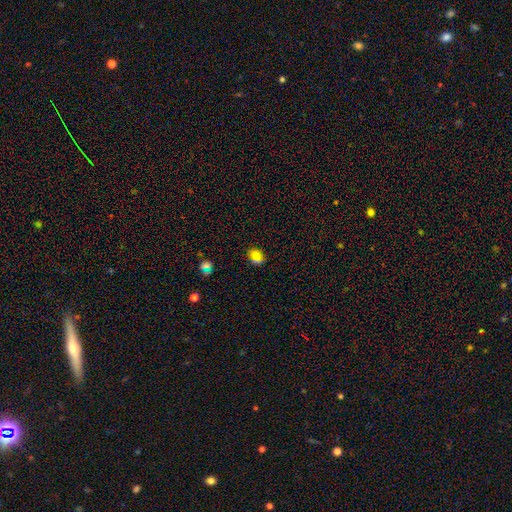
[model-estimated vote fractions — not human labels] The model was most divided on "how rounded": round: 60%, in between: 38%, cigar-shaped: 1%. More confident: smooth or featured — smooth (71%); merging — none (60%).